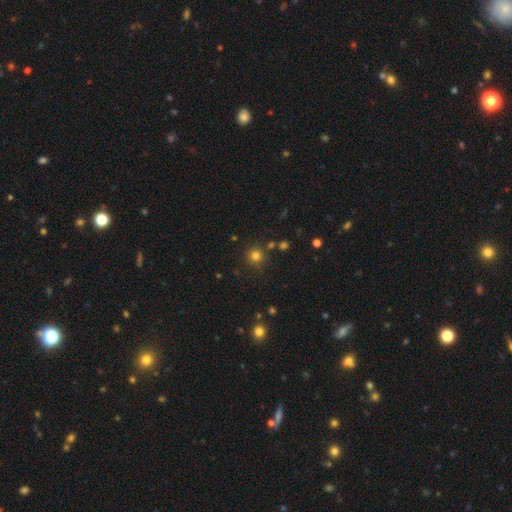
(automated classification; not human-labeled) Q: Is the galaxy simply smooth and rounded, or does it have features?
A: smooth — 78%.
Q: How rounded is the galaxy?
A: round — 93%.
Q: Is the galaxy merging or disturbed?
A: none — 82%.